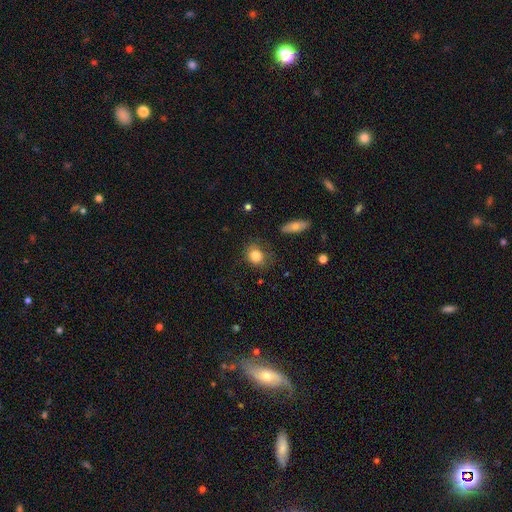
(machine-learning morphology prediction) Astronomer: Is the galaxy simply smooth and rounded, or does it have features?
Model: smooth — 84%.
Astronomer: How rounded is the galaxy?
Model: round — 65%.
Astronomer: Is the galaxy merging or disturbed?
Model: none — 72%.